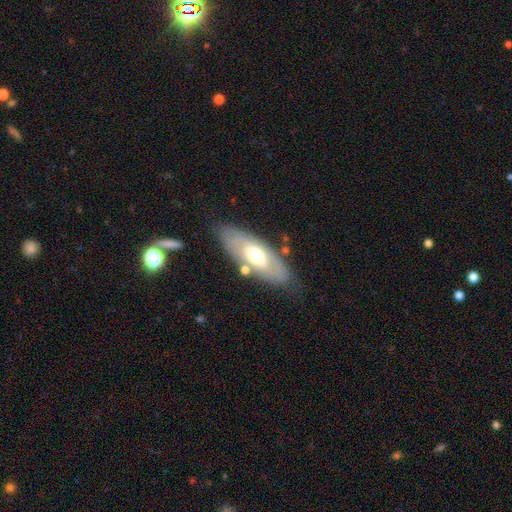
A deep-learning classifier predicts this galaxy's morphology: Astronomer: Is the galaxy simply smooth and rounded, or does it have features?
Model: featured or disk — 49% (runner-up: smooth, 46%).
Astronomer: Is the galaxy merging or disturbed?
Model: none — 75%.